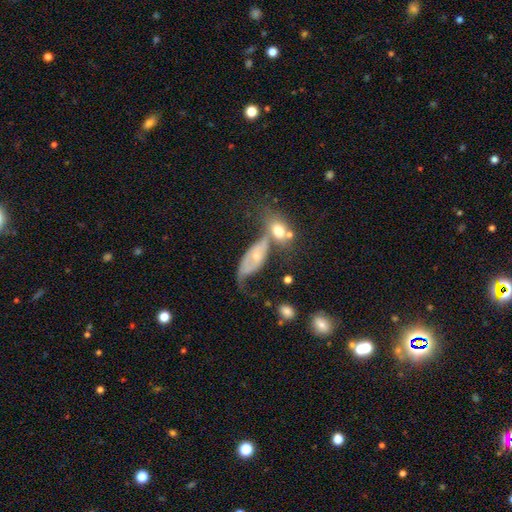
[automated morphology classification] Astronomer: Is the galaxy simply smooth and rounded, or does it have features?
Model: featured or disk — 56% (runner-up: smooth, 35%).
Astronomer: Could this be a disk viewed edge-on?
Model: no — 86%.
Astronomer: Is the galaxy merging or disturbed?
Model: merger — 33% (runner-up: major disturbance, 25%).